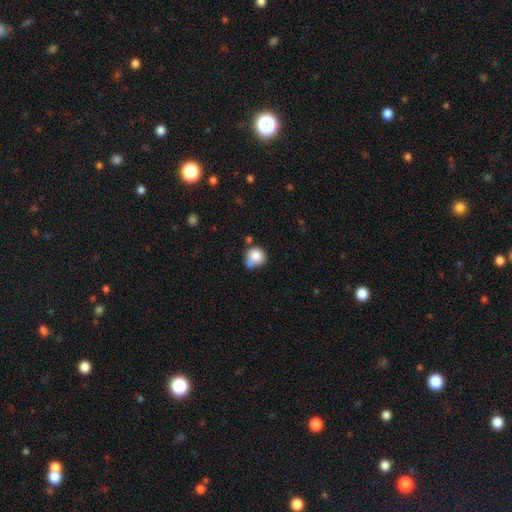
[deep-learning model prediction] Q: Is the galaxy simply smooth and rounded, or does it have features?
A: smooth — 81%.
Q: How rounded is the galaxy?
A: round — 85%.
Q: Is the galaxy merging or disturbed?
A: none — 46%.